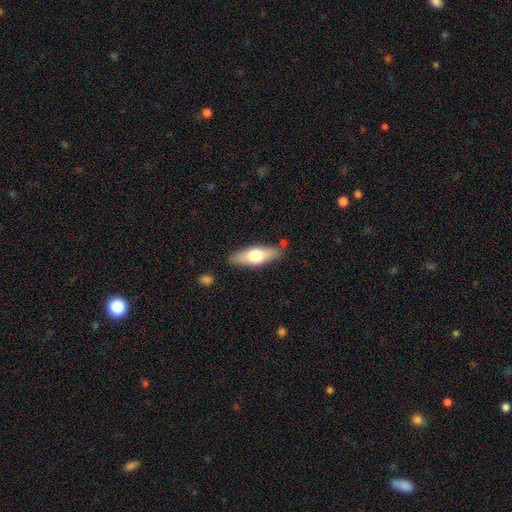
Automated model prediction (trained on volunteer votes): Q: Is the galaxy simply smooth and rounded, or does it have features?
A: smooth — 55%.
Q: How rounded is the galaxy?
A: in between — 56%.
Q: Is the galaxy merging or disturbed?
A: none — 83%.